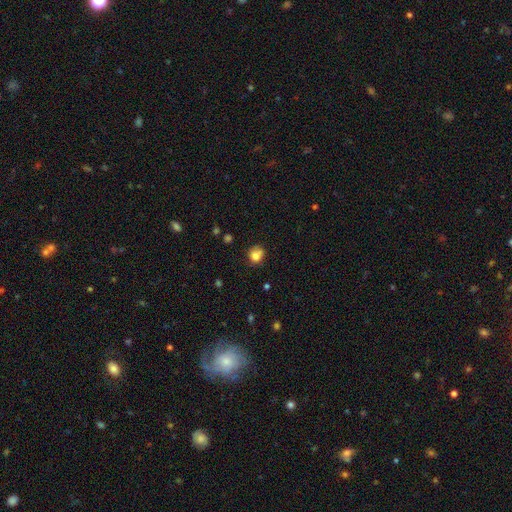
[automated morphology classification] Q: Smooth or featured?
A: smooth (77%); runner-up: featured or disk (12%)
Q: How rounded?
A: round (74%); runner-up: in between (26%)
Q: Merging?
A: none (55%); runner-up: minor disturbance (26%)